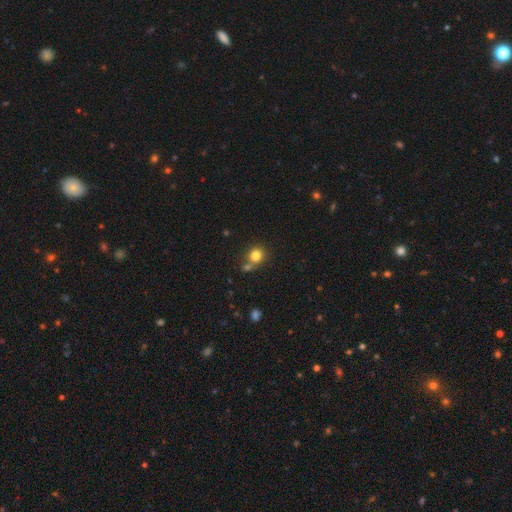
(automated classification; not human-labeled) The model was most divided on "merging": none: 62%, merger: 25%, minor disturbance: 10%, major disturbance: 3%. More confident: how rounded — round (86%); smooth or featured — smooth (81%).